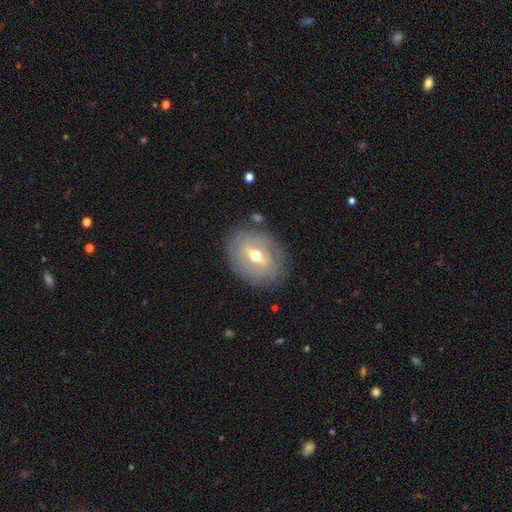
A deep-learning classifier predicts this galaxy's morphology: Smooth or featured?
  - featured or disk: 71% *
  - smooth: 22%
  - star or artifact: 7%
Edge-on disk?
  - no: 93% *
  - yes: 7%
Bar?
  - weak: 48% *
  - strong: 33%
  - no: 19%
Spiral arms?
  - yes: 64% *
  - no: 36%
Bulge size?
  - moderate: 74% *
  - small: 20%
  - large: 5%
  - dominant: 1%
  - none: 1%
Merging?
  - none: 78% *
  - minor disturbance: 15%
  - major disturbance: 5%
  - merger: 2%